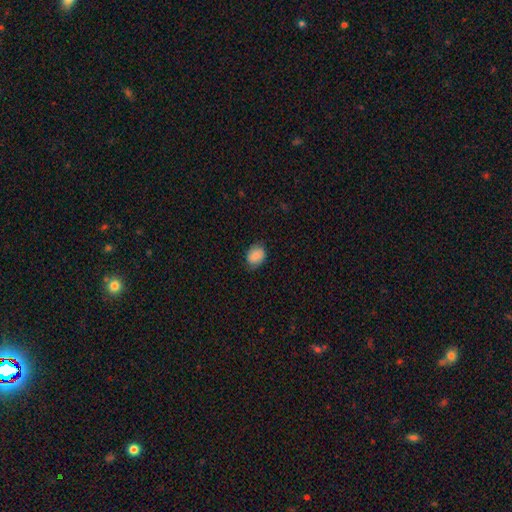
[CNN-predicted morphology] Q: Smooth or featured?
A: smooth (85%); runner-up: star or artifact (8%)
Q: How rounded?
A: in between (58%); runner-up: round (41%)
Q: Merging?
A: none (75%); runner-up: minor disturbance (19%)